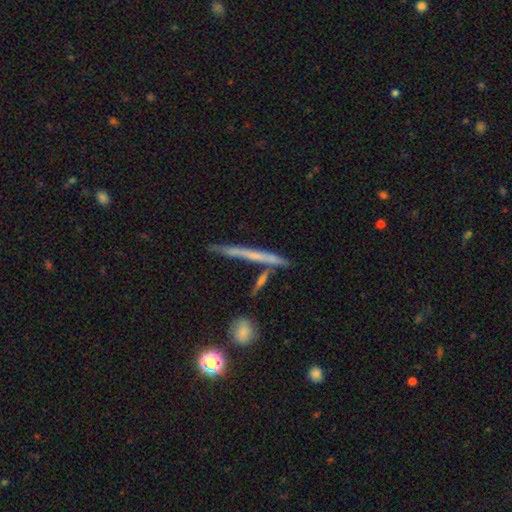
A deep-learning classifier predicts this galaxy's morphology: type=featured or disk (52%); edge-on=yes (95%); merging=none (81%).